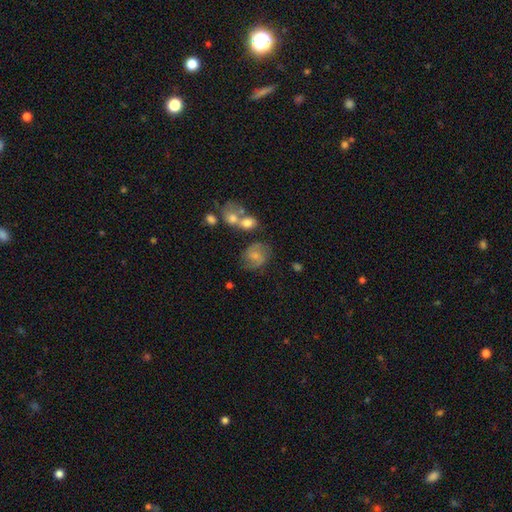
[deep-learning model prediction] smooth-or-featured: featured or disk: 49% | smooth: 41% | star or artifact: 9%
  merging: none: 58% | minor disturbance: 21% | merger: 11% | major disturbance: 11%